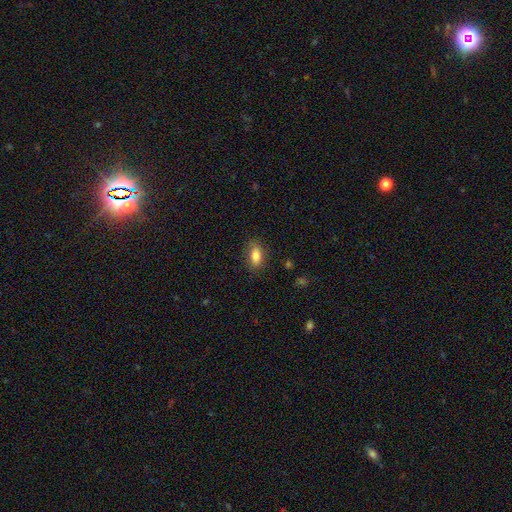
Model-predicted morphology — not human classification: A smooth galaxy with no disk features (81%) that is in between round and cigar-shaped (86%). Merging: none (82%).